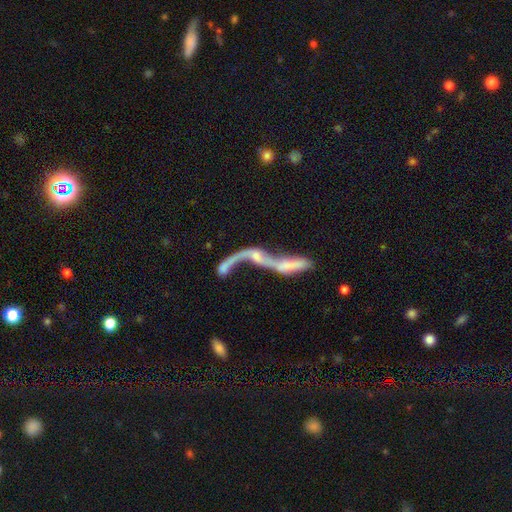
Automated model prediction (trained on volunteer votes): featured or disk 67%, smooth 20%, star or artifact 13%. Down the decision tree: edge-on disk — no (79%); bar — no (68%); spiral arms — yes (55%); bulge size — none (41%); merging — merger (56%).